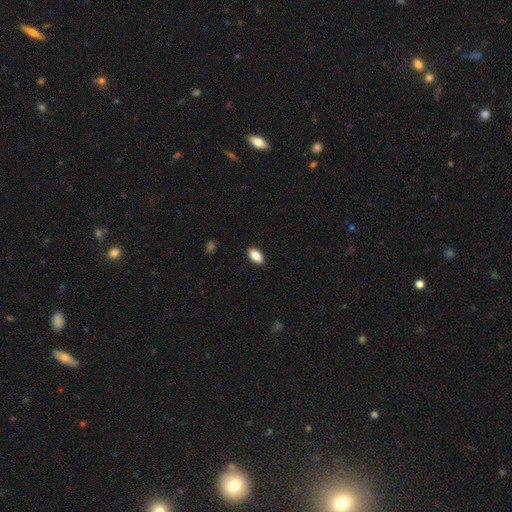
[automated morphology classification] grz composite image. It shows a smooth galaxy with no disk features (83%) that is in between round and cigar-shaped (91%). Merging: none (90%).